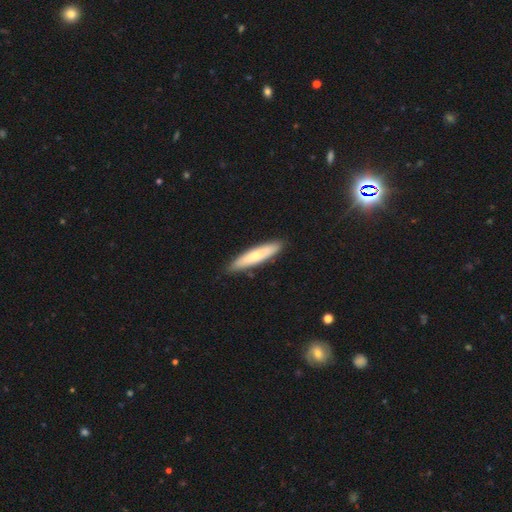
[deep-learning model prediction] Q: Smooth or featured?
A: smooth (65%); runner-up: featured or disk (30%)
Q: How rounded?
A: cigar-shaped (85%); runner-up: in between (13%)
Q: Merging?
A: none (88%); runner-up: minor disturbance (9%)